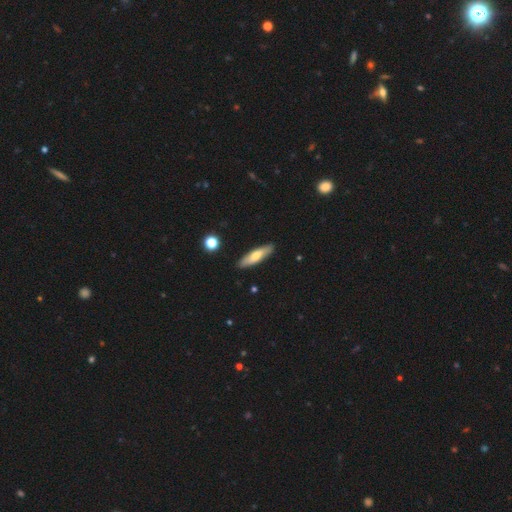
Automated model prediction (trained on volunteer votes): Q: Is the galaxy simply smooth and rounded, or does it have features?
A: smooth — 60%.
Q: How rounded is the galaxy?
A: cigar-shaped — 67%.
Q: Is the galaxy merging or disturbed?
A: none — 88%.